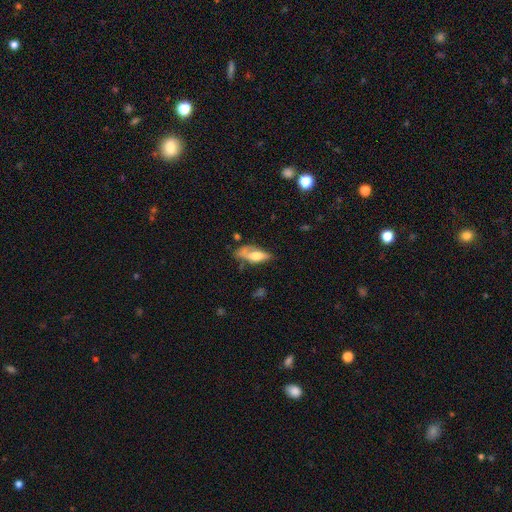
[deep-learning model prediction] Smooth or featured? Predicted: smooth (p=0.56). How rounded? Predicted: in between (p=0.68). Merging? Predicted: none (p=0.35).